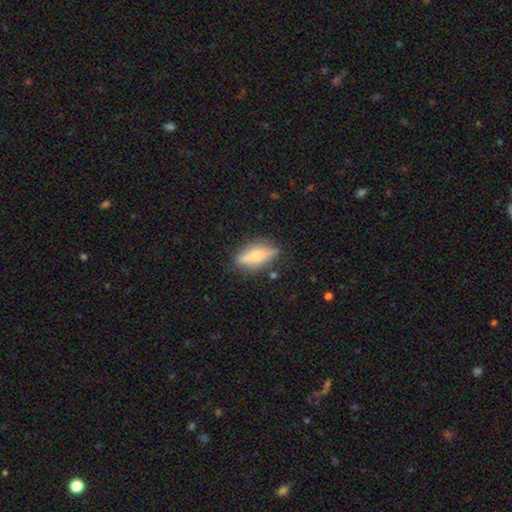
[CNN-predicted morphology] Smooth or featured? featured or disk (51%)
Edge-on disk? yes (83%)
Merging? none (76%)